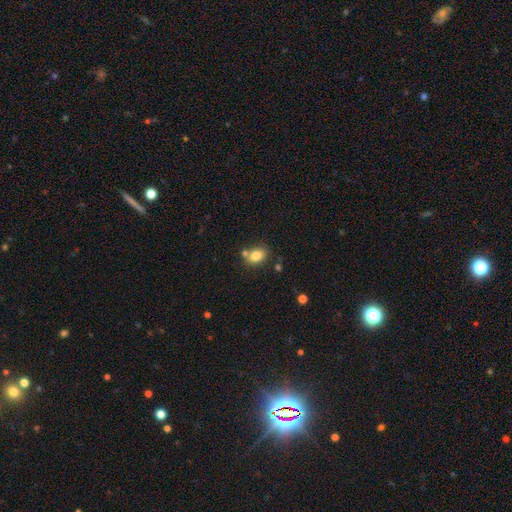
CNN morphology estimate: Q: Smooth or featured?
A: smooth (82%); runner-up: star or artifact (9%)
Q: How rounded?
A: in between (75%); runner-up: round (23%)
Q: Merging?
A: none (64%); runner-up: merger (18%)